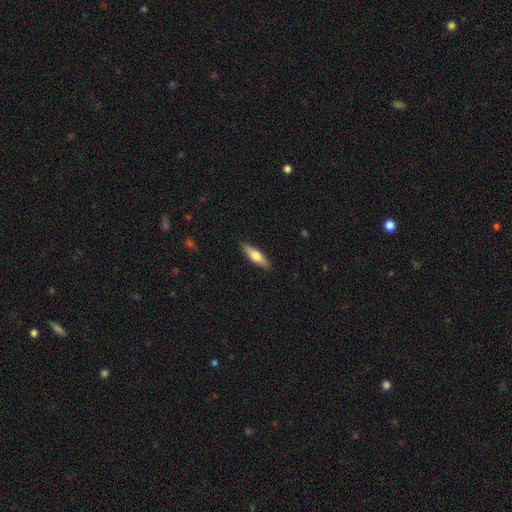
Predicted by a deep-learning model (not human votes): Morphology: type=smooth (63%); roundness=cigar-shaped (61%); merging=none (90%).